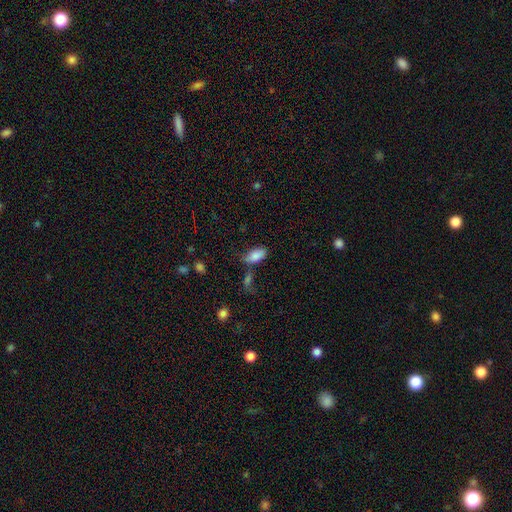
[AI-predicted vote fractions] Q: Smooth or featured?
A: smooth (85%); runner-up: star or artifact (8%)
Q: How rounded?
A: in between (93%); runner-up: cigar-shaped (5%)
Q: Merging?
A: none (60%); runner-up: minor disturbance (22%)